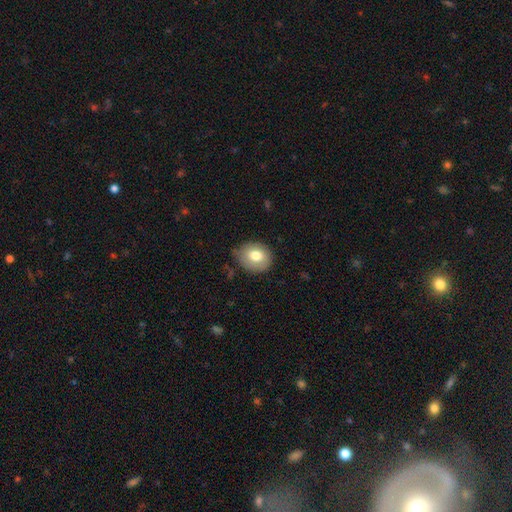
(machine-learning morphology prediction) smooth 76%, featured or disk 16%, star or artifact 8%. Down the decision tree: how rounded — round (56%); merging — none (74%).